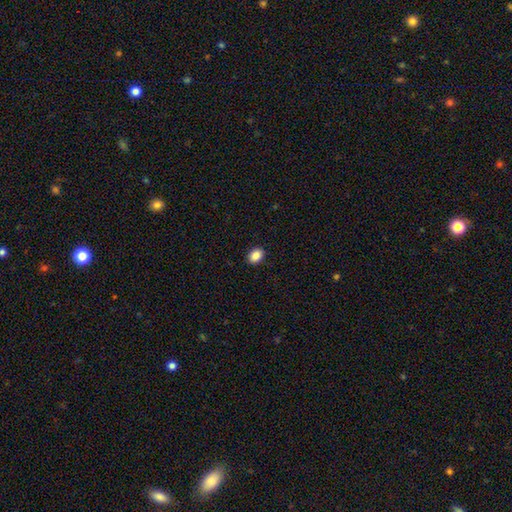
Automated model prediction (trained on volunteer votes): Q: Smooth or featured?
A: smooth (88%); runner-up: star or artifact (9%)
Q: How rounded?
A: in between (68%); runner-up: round (31%)
Q: Merging?
A: none (91%); runner-up: minor disturbance (7%)